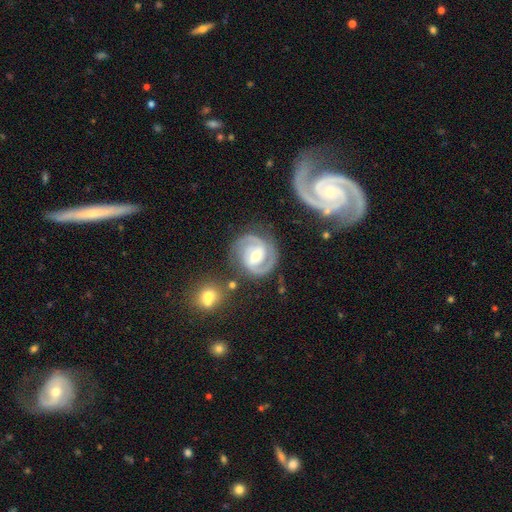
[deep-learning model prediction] The model was most divided on "spiral winding": tight: 50%, medium: 44%, loose: 6%. Remaining: spiral arms — yes (98%); edge-on disk — no (98%); spiral arm count — 2 (91%); smooth or featured — featured or disk (91%); merging — none (79%); bulge size — moderate (67%); bar — weak (42%).